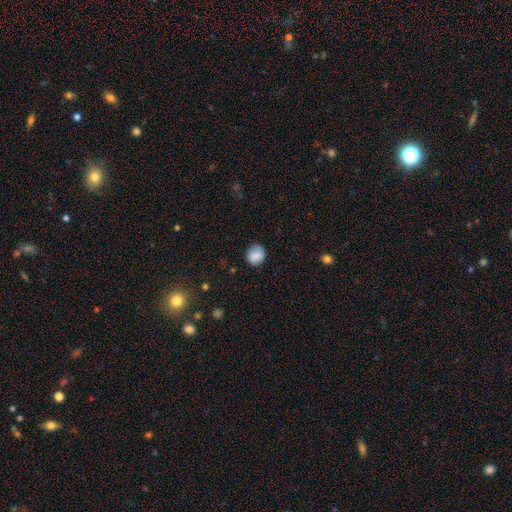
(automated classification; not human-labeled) Q: Smooth or featured?
A: smooth (82%); runner-up: featured or disk (10%)
Q: How rounded?
A: round (78%); runner-up: in between (21%)
Q: Merging?
A: none (77%); runner-up: minor disturbance (17%)